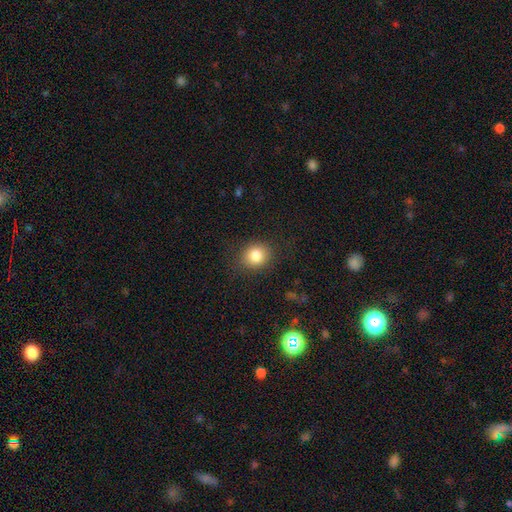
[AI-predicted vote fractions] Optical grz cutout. It shows a smooth galaxy with no disk features (83%) that is round (74%). Merging: none (85%).